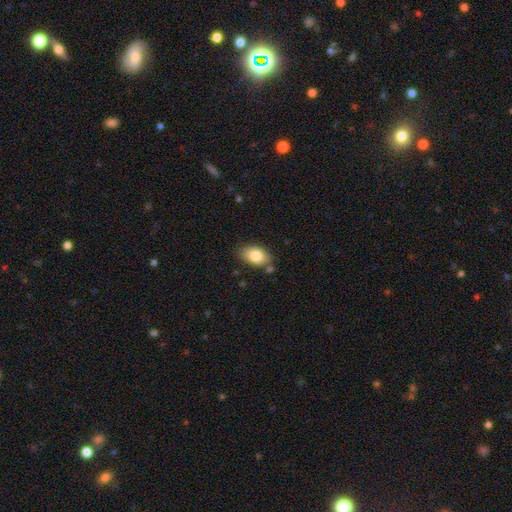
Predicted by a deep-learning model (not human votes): Overall: smooth (83%). How rounded: in between (90%). Merging: none (77%).